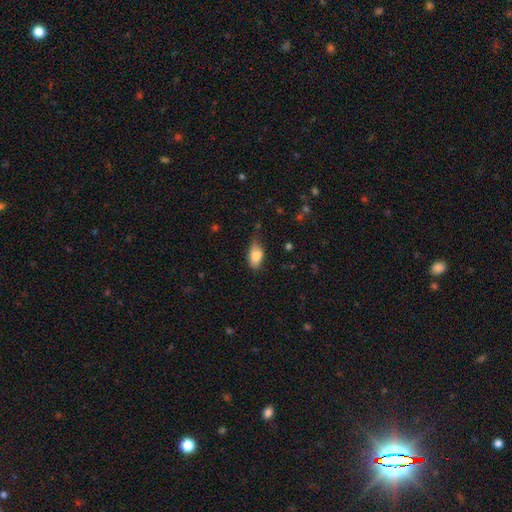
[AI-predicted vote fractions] smooth_or_featured: smooth (p=0.80) [alt: featured or disk p=0.12]
how_rounded: in between (p=0.89) [alt: cigar-shaped p=0.05]
merging: none (p=0.47) [alt: minor disturbance p=0.40]